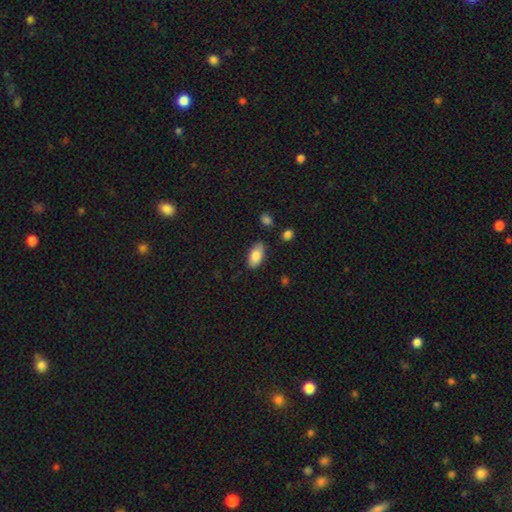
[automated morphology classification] smooth 83%, featured or disk 10%, star or artifact 7%. Down the decision tree: how rounded — in between (93%); merging — none (80%).